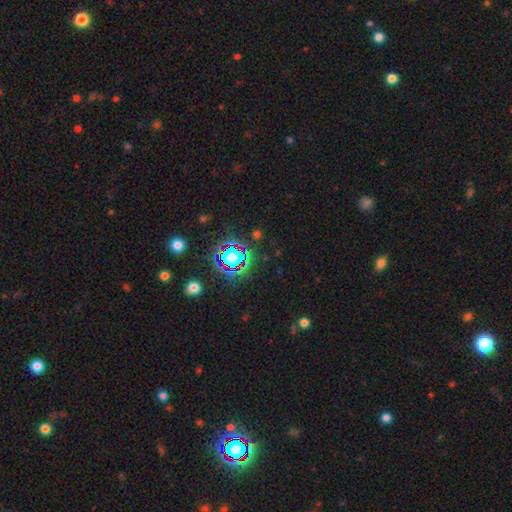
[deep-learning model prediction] Smooth or featured? Predicted: star or artifact (p=0.81).